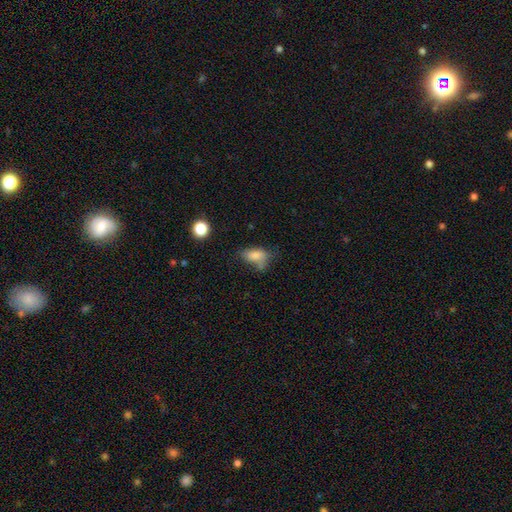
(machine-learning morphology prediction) smooth-or-featured: smooth: 77% | featured or disk: 12% | star or artifact: 11%
  how-rounded: in between: 87% | round: 7% | cigar-shaped: 7%
  merging: none: 41% | minor disturbance: 30% | major disturbance: 17% | merger: 12%